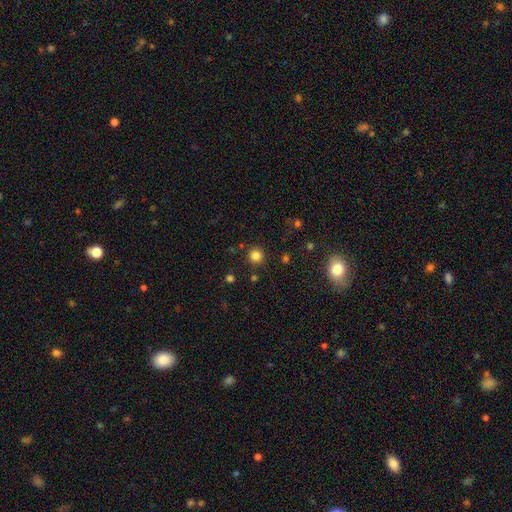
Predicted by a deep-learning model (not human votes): smooth_or_featured: smooth (p=0.82) [alt: star or artifact p=0.14]
how_rounded: round (p=0.95) [alt: in between p=0.04]
merging: none (p=0.89) [alt: minor disturbance p=0.06]